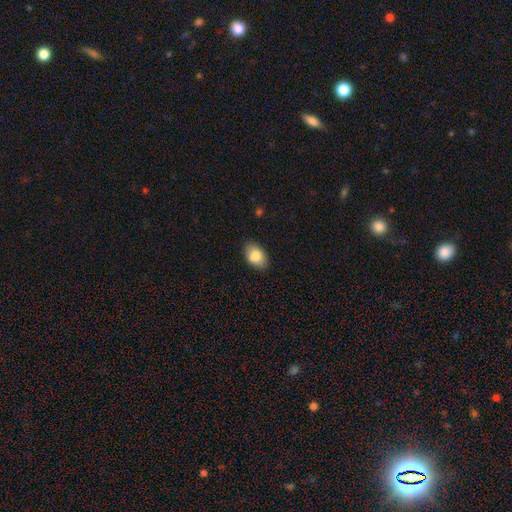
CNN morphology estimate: Overall: smooth (83%). How rounded: in between (86%). Merging: none (86%).